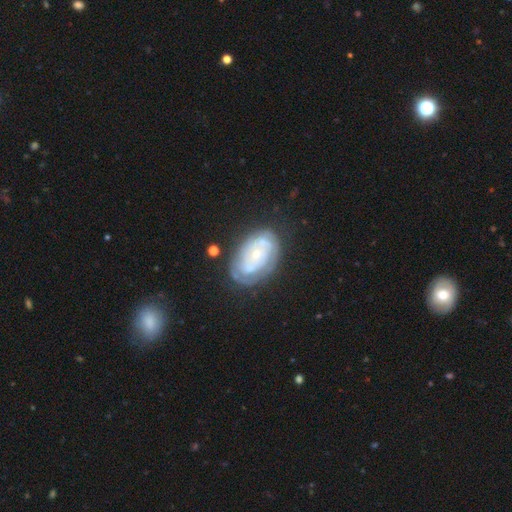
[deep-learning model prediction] The model was most divided on "spiral arm count": can't tell: 49%, 2: 26%, 3: 10%, 1: 7%, 4: 4%, more than 4: 4%. More confident: edge-on disk — no (96%); bar — no (79%); spiral arms — yes (78%); smooth or featured — featured or disk (75%); spiral winding — tight (72%); bulge size — small (67%); merging — none (65%).